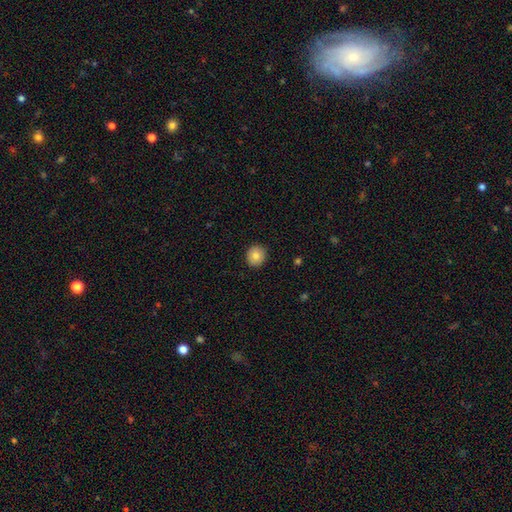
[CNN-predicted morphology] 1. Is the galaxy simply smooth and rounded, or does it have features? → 85% smooth, 8% star or artifact, 7% featured or disk.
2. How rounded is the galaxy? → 90% round, 9% in between, 1% cigar-shaped.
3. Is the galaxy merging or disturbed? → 92% none, 6% minor disturbance, 2% major disturbance, 1% merger.